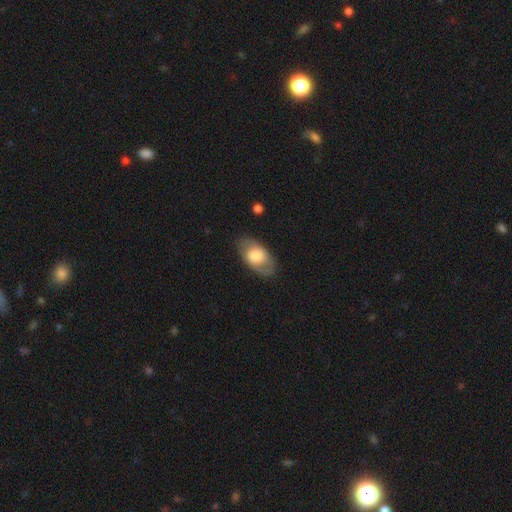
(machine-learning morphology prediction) Smooth or featured: smooth — 55% (featured or disk — 39%)
How rounded: in between — 89% (round — 9%)
Merging: none — 80% (minor disturbance — 13%)